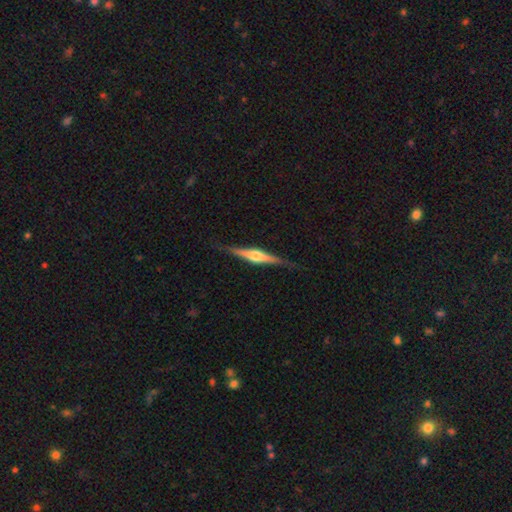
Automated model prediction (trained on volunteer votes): Smooth or featured: featured or disk — 79% (smooth — 16%)
Edge-on disk: yes — 98% (no — 2%)
Edge-on bulge: rounded — 91% (boxy — 7%)
Merging: none — 87% (minor disturbance — 10%)